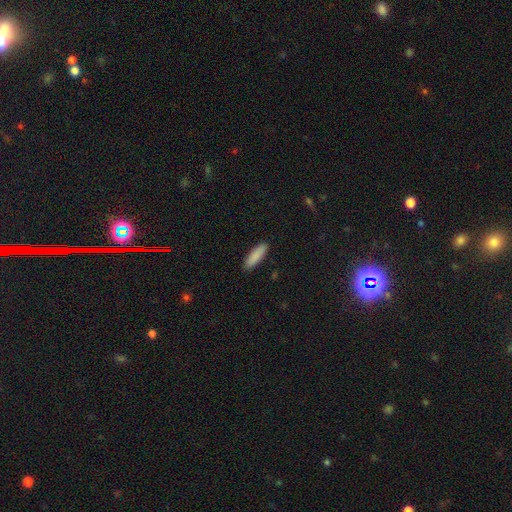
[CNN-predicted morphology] smooth_or_featured: smooth (p=0.89) [alt: star or artifact p=0.06]
how_rounded: cigar-shaped (p=0.66) [alt: in between p=0.33]
merging: none (p=0.90) [alt: minor disturbance p=0.07]